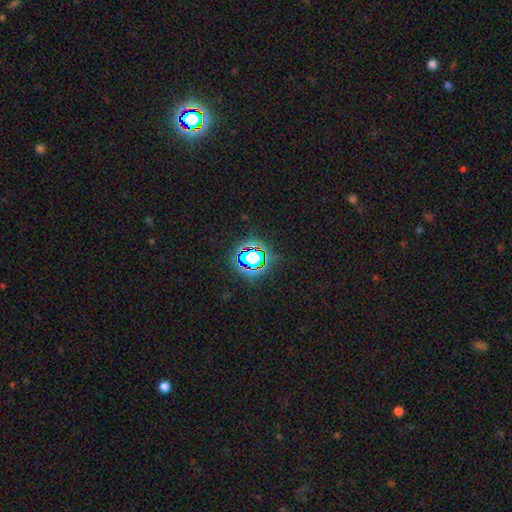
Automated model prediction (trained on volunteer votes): Q: Smooth or featured?
A: star or artifact (80%); runner-up: smooth (14%)